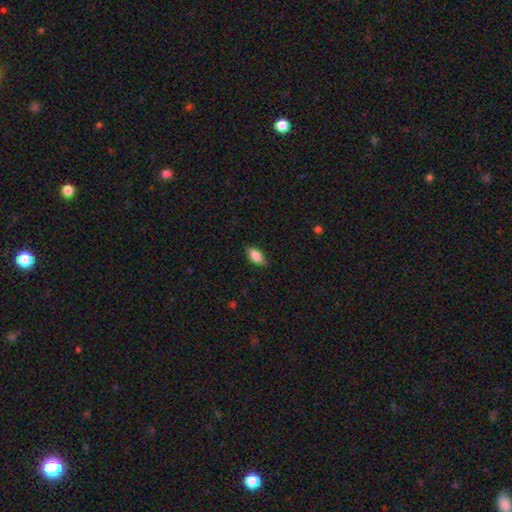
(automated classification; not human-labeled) The model was most divided on "merging": none: 81%, minor disturbance: 15%, major disturbance: 3%, merger: 1%. More confident: how rounded — in between (89%); smooth or featured — smooth (84%).